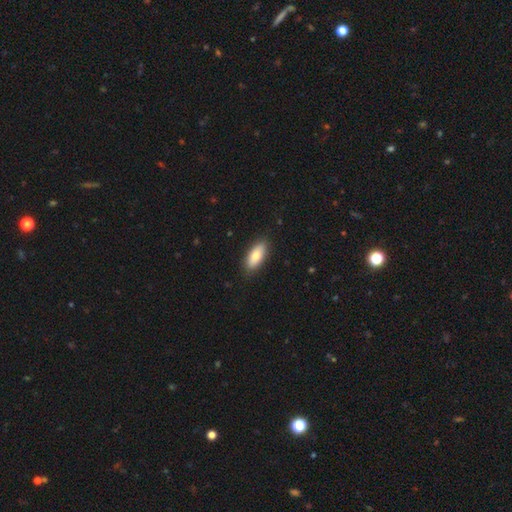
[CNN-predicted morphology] Smooth or featured? smooth (80%)
How rounded? in between (84%)
Merging? none (88%)